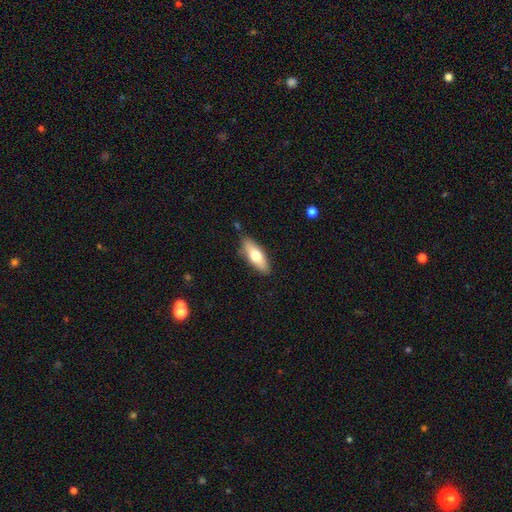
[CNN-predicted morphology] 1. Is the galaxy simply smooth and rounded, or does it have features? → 66% smooth, 28% featured or disk, 6% star or artifact.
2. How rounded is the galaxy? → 64% in between, 34% cigar-shaped, 2% round.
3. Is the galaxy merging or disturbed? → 84% none, 12% minor disturbance, 2% major disturbance, 2% merger.